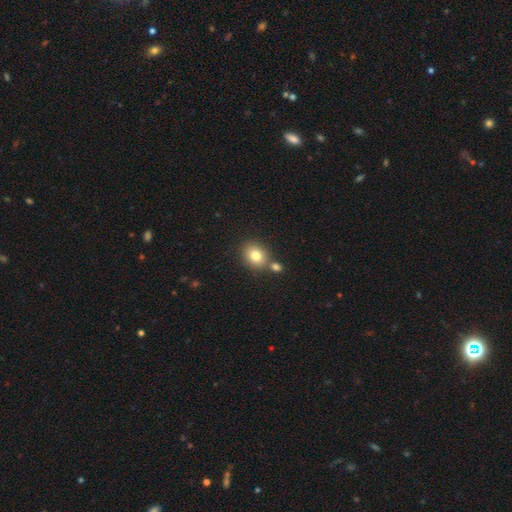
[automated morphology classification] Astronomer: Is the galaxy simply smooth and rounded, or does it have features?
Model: smooth — 80%.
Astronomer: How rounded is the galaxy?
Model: round — 58% (runner-up: in between, 41%).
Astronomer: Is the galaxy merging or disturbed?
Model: none — 66%.